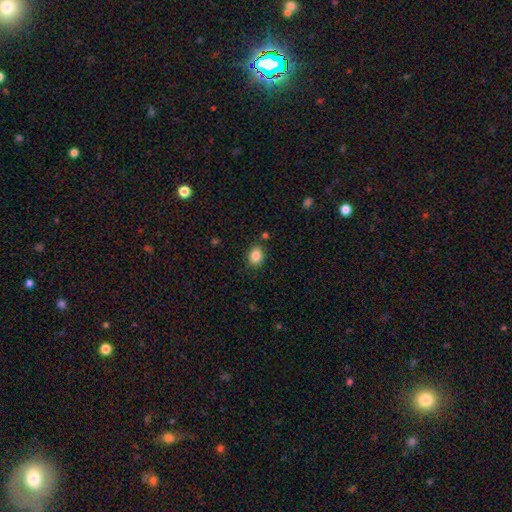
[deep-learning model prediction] Smooth or featured? smooth (86%)
How rounded? round (53%)
Merging? none (84%)